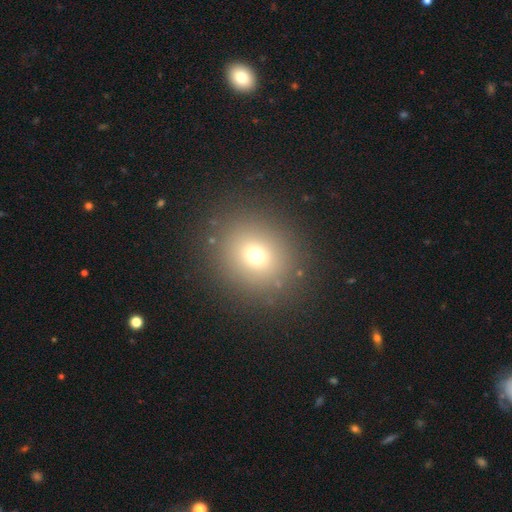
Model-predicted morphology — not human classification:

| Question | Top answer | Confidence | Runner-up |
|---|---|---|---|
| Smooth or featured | smooth | 70% | star or artifact (19%) |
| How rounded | round | 81% | in between (18%) |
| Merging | none | 87% | minor disturbance (7%) |